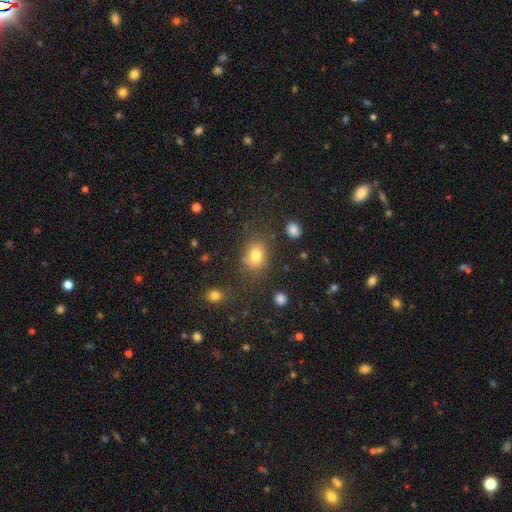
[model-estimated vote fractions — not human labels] Overall: smooth (77%). How rounded: round (50%; in between 48%). Merging: none (69%).